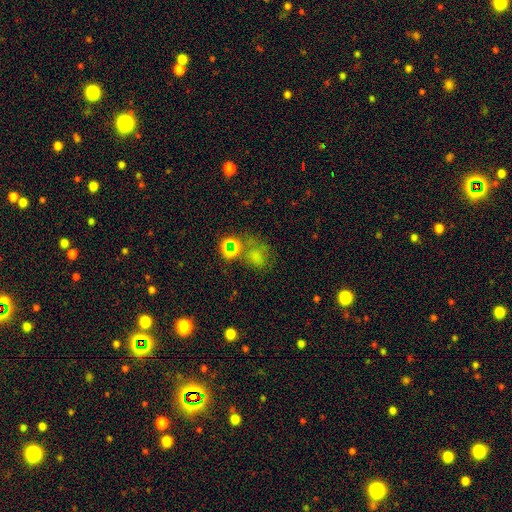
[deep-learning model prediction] smooth-or-featured: smooth: 57% | star or artifact: 33% | featured or disk: 10%
  how-rounded: round: 60% | in between: 39% | cigar-shaped: 1%
  merging: none: 51% | merger: 19% | minor disturbance: 17% | major disturbance: 13%